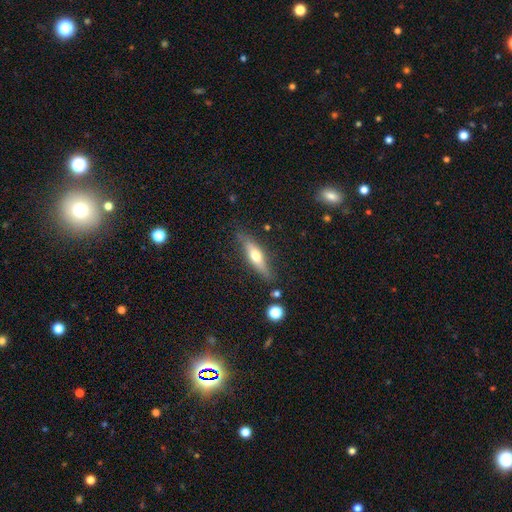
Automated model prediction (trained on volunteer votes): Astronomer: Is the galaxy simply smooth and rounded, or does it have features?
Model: smooth — 48% (runner-up: featured or disk, 46%).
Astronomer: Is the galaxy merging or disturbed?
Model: none — 79%.